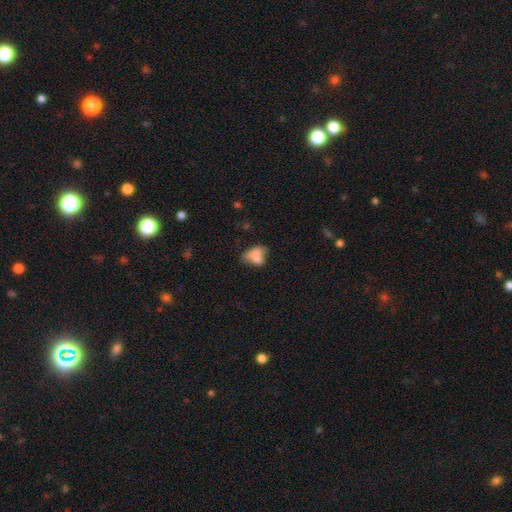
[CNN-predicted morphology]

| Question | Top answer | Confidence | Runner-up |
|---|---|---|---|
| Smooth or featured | smooth | 66% | featured or disk (22%) |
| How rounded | in between | 81% | round (16%) |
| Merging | none | 30% | minor disturbance (25%) |